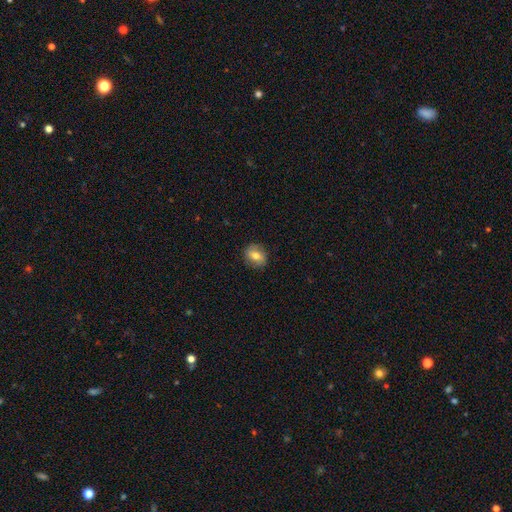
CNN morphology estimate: smooth_or_featured: smooth (p=0.68) [alt: featured or disk p=0.23]
how_rounded: round (p=0.64) [alt: in between p=0.35]
merging: none (p=0.86) [alt: minor disturbance p=0.11]